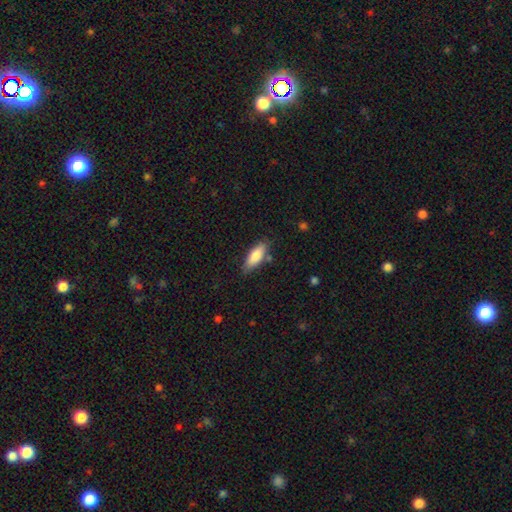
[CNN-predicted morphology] Overall: smooth (81%). How rounded: in between (68%; cigar-shaped 30%). Merging: none (78%).